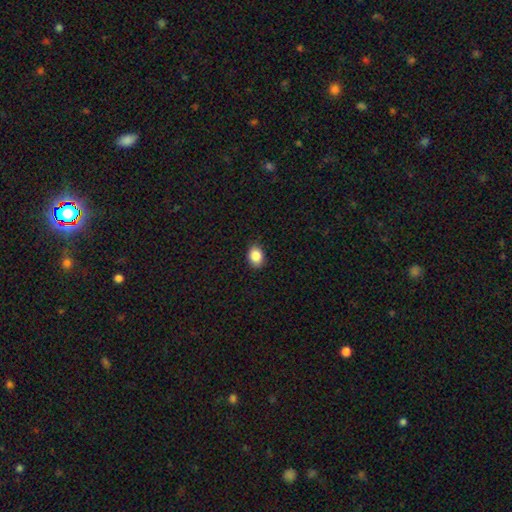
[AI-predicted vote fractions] Smooth or featured? Predicted: smooth (p=0.87). How rounded? Predicted: in between (p=0.70). Merging? Predicted: none (p=0.88).